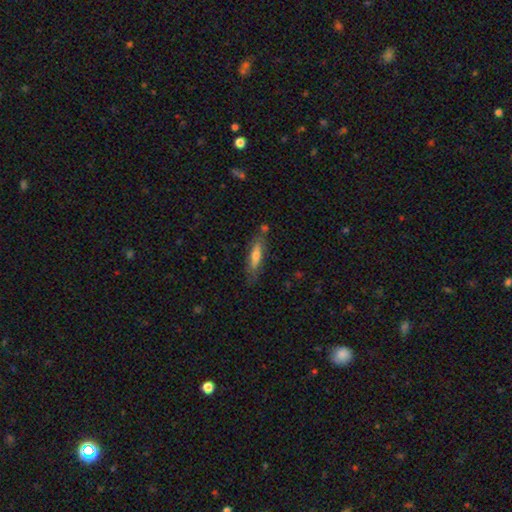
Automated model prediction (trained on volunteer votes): smooth_or_featured: smooth (p=0.54) [alt: featured or disk p=0.39]
how_rounded: cigar-shaped (p=0.74) [alt: in between p=0.24]
merging: none (p=0.72) [alt: minor disturbance p=0.18]